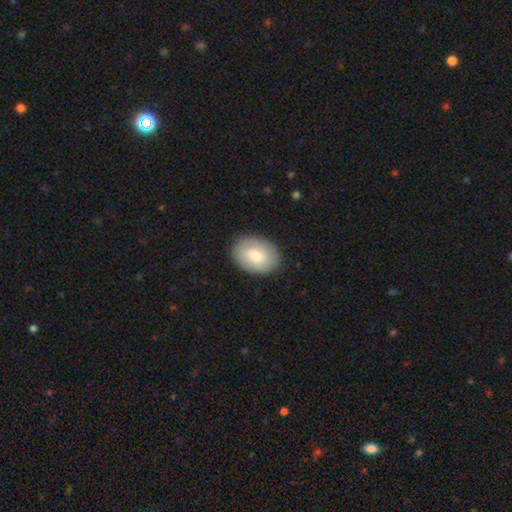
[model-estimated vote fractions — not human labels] This appears to be a smooth galaxy with no disk features (62%) that is in between round and cigar-shaped (75%). Merging: none (85%).